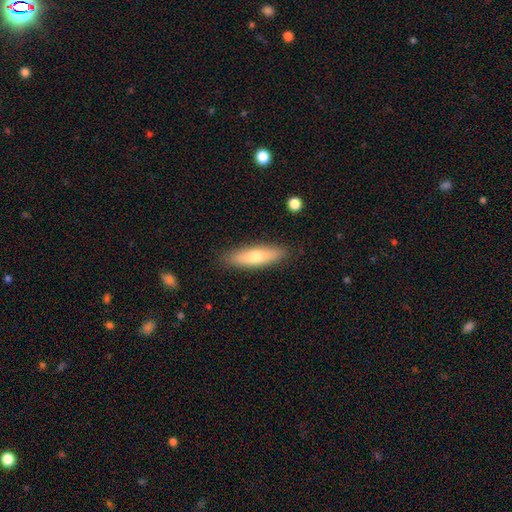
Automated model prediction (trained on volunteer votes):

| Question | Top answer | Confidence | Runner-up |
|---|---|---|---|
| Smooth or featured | smooth | 62% | featured or disk (32%) |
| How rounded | cigar-shaped | 66% | in between (32%) |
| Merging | none | 88% | minor disturbance (9%) |